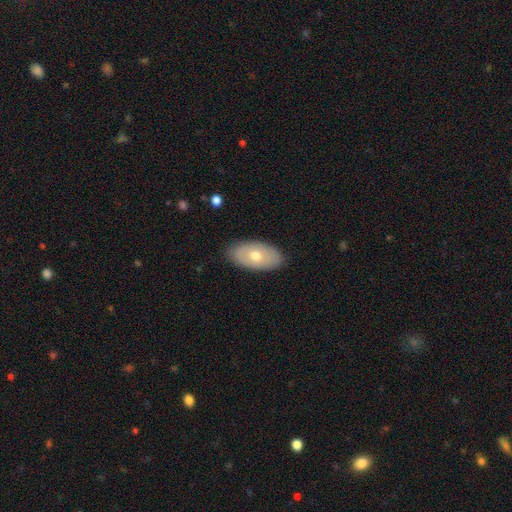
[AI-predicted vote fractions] Smooth or featured? Predicted: smooth (p=0.61). How rounded? Predicted: in between (p=0.94). Merging? Predicted: none (p=0.86).